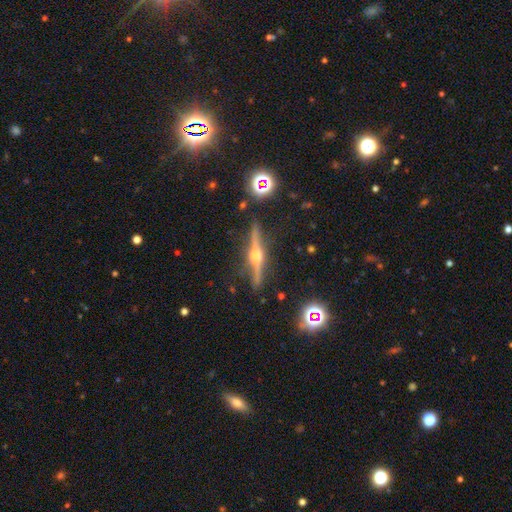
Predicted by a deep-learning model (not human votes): Q: Smooth or featured?
A: featured or disk (82%); runner-up: smooth (10%)
Q: Edge-on disk?
A: yes (98%); runner-up: no (2%)
Q: Edge-on bulge?
A: rounded (95%); runner-up: boxy (3%)
Q: Merging?
A: none (88%); runner-up: minor disturbance (8%)